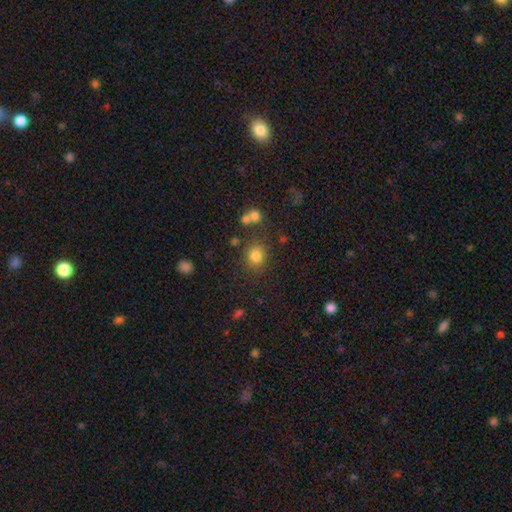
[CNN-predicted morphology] A smooth galaxy with no disk features (80%) that is round (72%).

Vote fractions:
- Smooth or featured? smooth: 80% / star or artifact: 14% / featured or disk: 6%
- How rounded? round: 72% / in between: 27% / cigar-shaped: 1%
- Merging? none: 76% / minor disturbance: 12% / merger: 7% / major disturbance: 5%